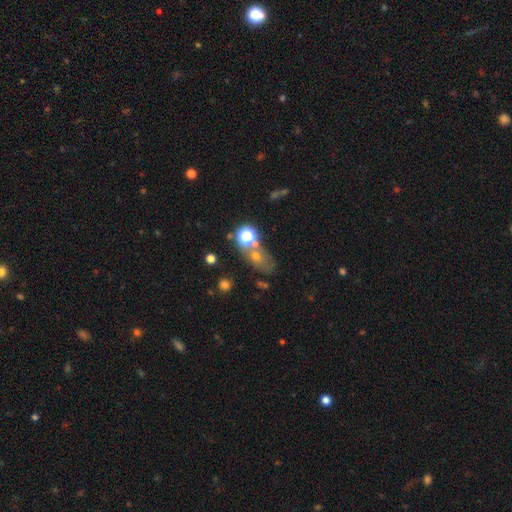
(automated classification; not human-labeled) smooth 49%, star or artifact 32%, featured or disk 20%. Down the decision tree: merging — none (50%).